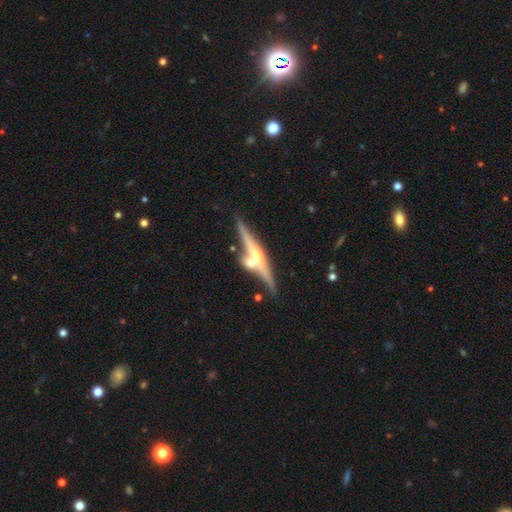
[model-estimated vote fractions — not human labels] Overall: featured or disk (78%). Edge-on disk: yes (96%). Edge-on bulge: rounded (84%). Merging: none (66%).